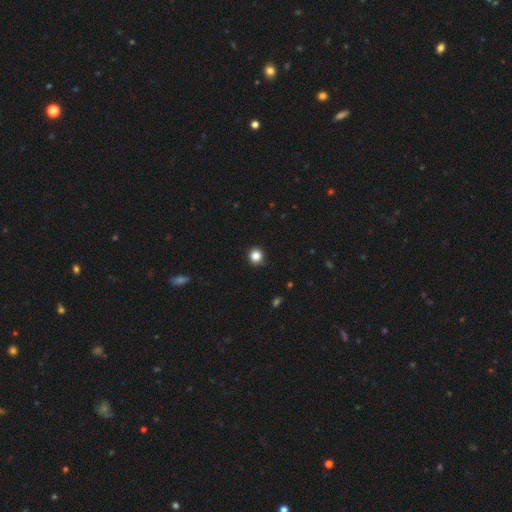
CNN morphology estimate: A smooth galaxy with no disk features (85%) that is round (93%). Merging: none (91%).